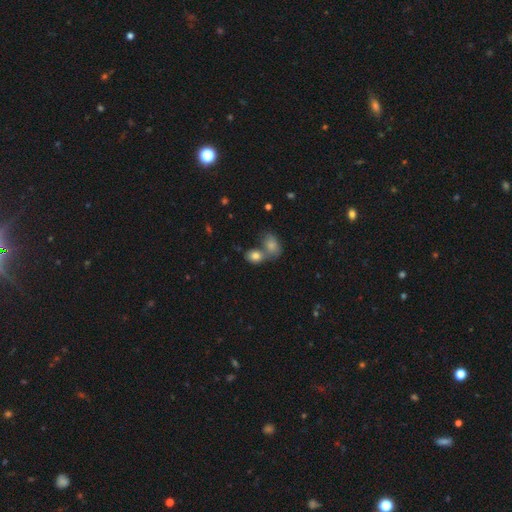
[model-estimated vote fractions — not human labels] smooth 81%, featured or disk 10%, star or artifact 10%. Down the decision tree: how rounded — in between (70%); merging — merger (49%).